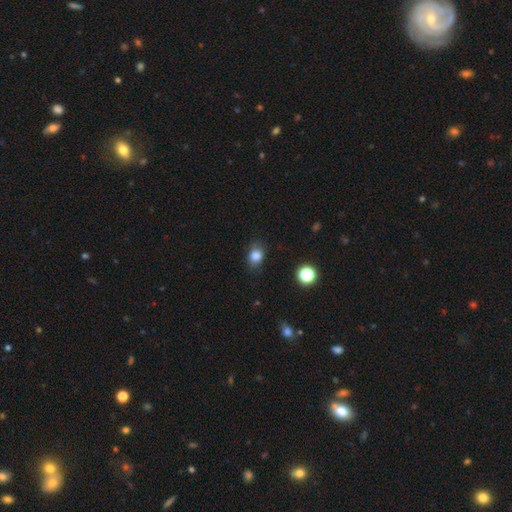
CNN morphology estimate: smooth_or_featured: smooth (p=0.83) [alt: star or artifact p=0.11]
how_rounded: in between (p=0.55) [alt: round p=0.44]
merging: none (p=0.75) [alt: minor disturbance p=0.18]